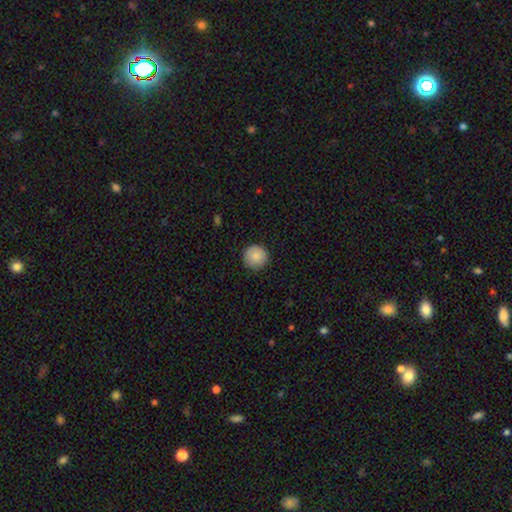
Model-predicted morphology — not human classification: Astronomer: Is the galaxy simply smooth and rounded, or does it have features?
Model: smooth — 87%.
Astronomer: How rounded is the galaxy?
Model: round — 96%.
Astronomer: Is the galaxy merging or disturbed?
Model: none — 90%.